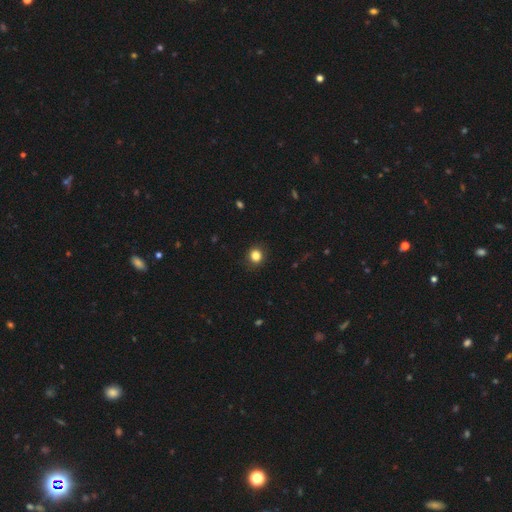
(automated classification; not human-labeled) Q: Smooth or featured?
A: smooth (84%); runner-up: star or artifact (12%)
Q: How rounded?
A: round (83%); runner-up: in between (16%)
Q: Merging?
A: none (89%); runner-up: minor disturbance (8%)